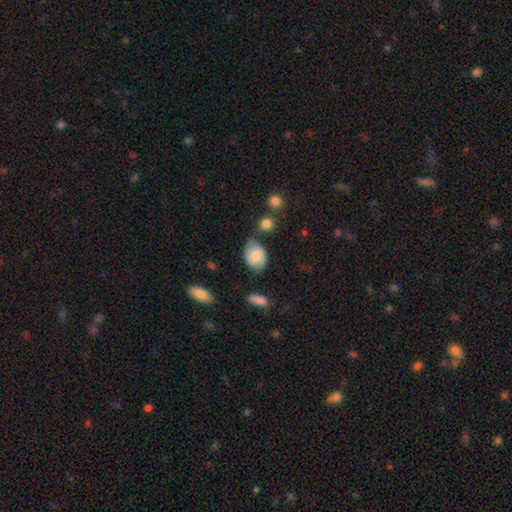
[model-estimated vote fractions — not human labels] This is possibly a smooth galaxy (59%). How rounded: likely in between (70%). Merging: possibly none (60%).